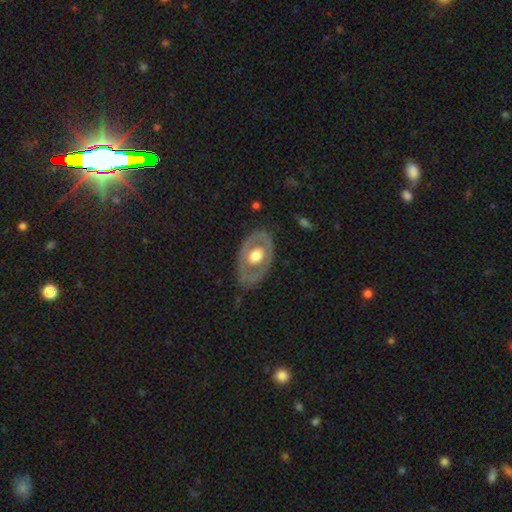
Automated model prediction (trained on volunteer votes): This appears to be a featured or disk galaxy (55%). Merging: none (76%).